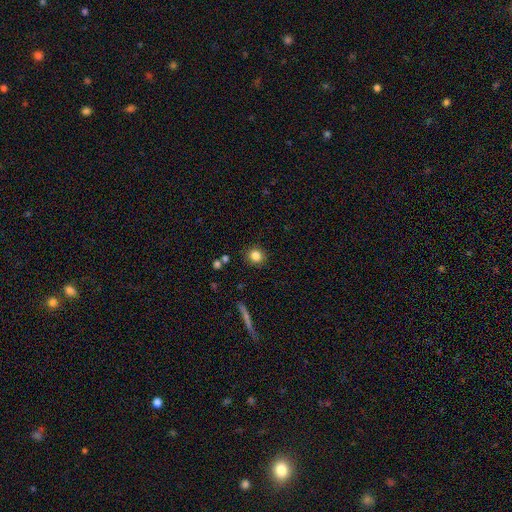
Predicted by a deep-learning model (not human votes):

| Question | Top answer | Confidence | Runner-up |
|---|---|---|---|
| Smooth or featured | smooth | 84% | star or artifact (11%) |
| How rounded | round | 90% | in between (9%) |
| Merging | none | 89% | minor disturbance (7%) |